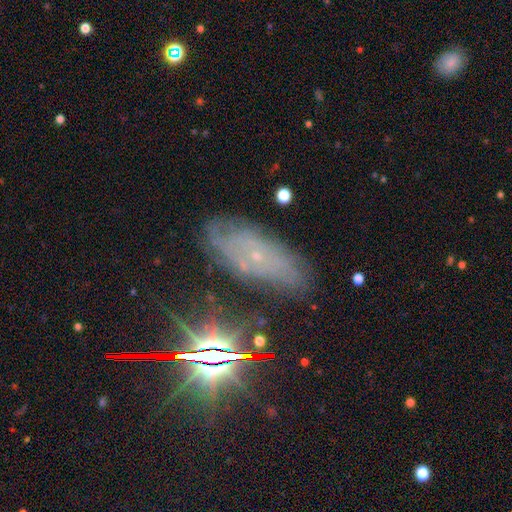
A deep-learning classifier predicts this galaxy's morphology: Overall: featured or disk (63%). Edge-on disk: no (87%). Bar: no (79%). Spiral arms: yes (85%). Bulge size: small (86%). Merging: none (75%).